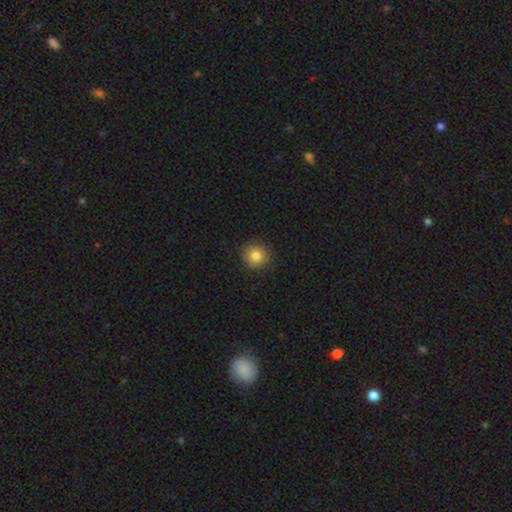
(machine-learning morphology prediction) The model was most divided on "smooth or featured": smooth: 82%, star or artifact: 11%, featured or disk: 7%. More confident: how rounded — round (92%); merging — none (89%).